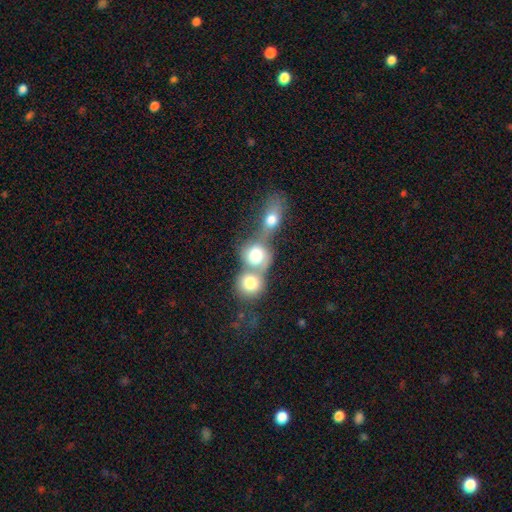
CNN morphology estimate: smooth 73%, featured or disk 17%, star or artifact 10%. Down the decision tree: how rounded — round (75%); merging — merger (70%).